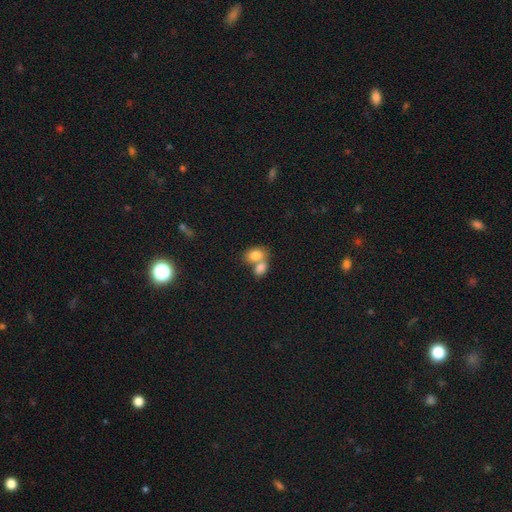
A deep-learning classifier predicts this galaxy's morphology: smooth 81%, featured or disk 11%, star or artifact 8%. Down the decision tree: how rounded — in between (76%); merging — merger (63%).